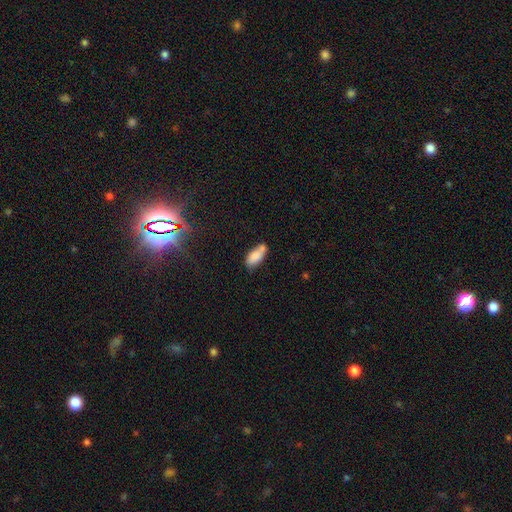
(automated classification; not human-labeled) Smooth or featured? Predicted: smooth (p=0.81). How rounded? Predicted: in between (p=0.87). Merging? Predicted: none (p=0.47).